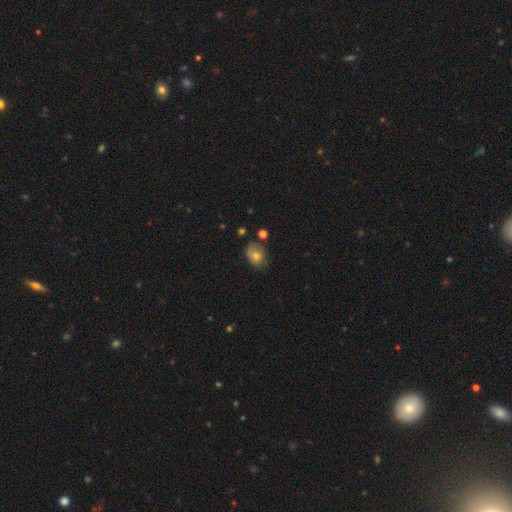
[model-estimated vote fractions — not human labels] Smooth or featured? smooth (71%)
How rounded? in between (71%)
Merging? none (55%)